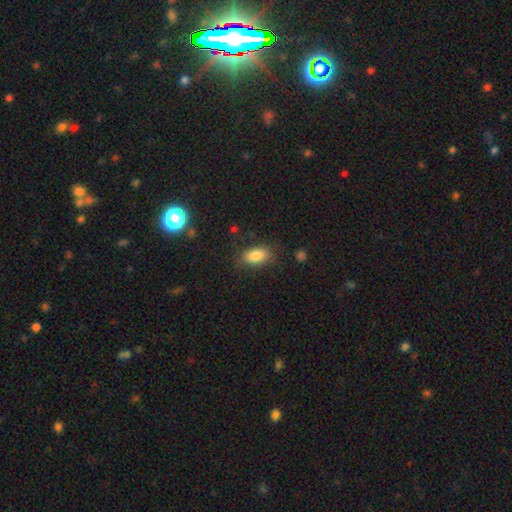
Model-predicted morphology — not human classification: smooth 85%, star or artifact 8%, featured or disk 6%. Down the decision tree: how rounded — in between (90%); merging — none (80%).